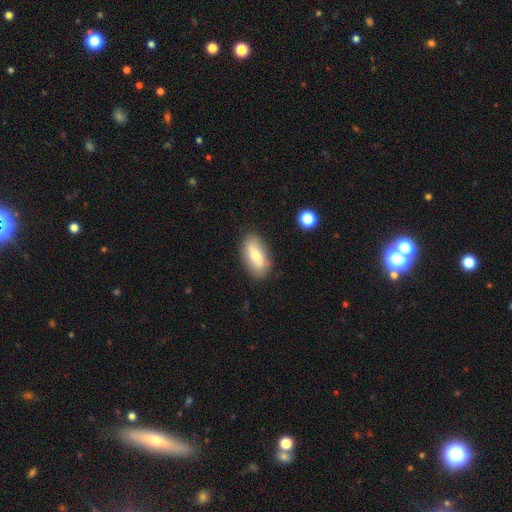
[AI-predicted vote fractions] A smooth galaxy with no disk features (65%) that is in between round and cigar-shaped (85%).

Vote fractions:
- Smooth or featured? smooth: 65% / featured or disk: 28% / star or artifact: 7%
- How rounded? in between: 85% / cigar-shaped: 11% / round: 3%
- Merging? none: 83% / minor disturbance: 12% / major disturbance: 3% / merger: 2%